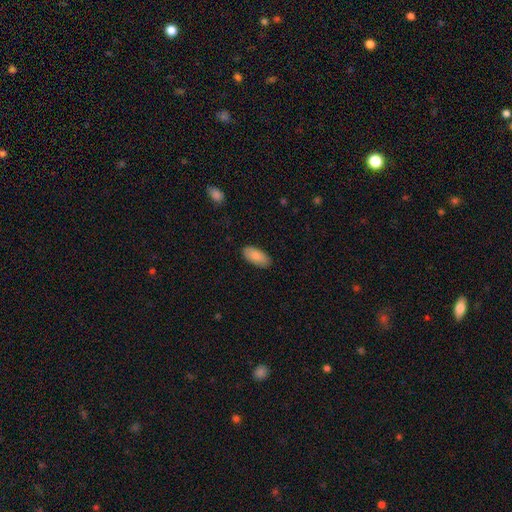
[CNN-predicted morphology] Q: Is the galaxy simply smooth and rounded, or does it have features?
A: smooth — 87%.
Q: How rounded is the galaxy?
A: in between — 92%.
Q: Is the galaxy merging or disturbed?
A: none — 87%.